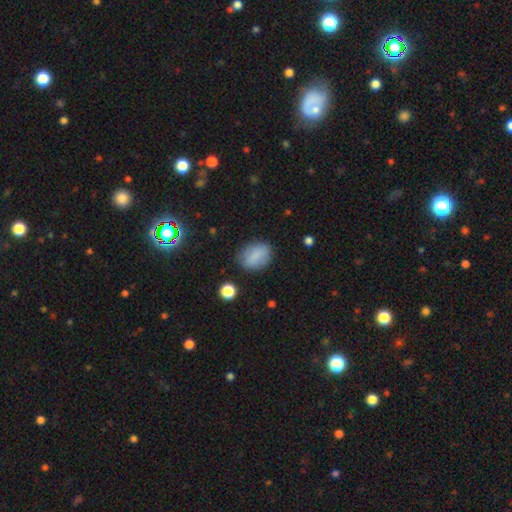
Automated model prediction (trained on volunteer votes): smooth 83%, star or artifact 9%, featured or disk 8%. Down the decision tree: how rounded — in between (71%); merging — none (77%).